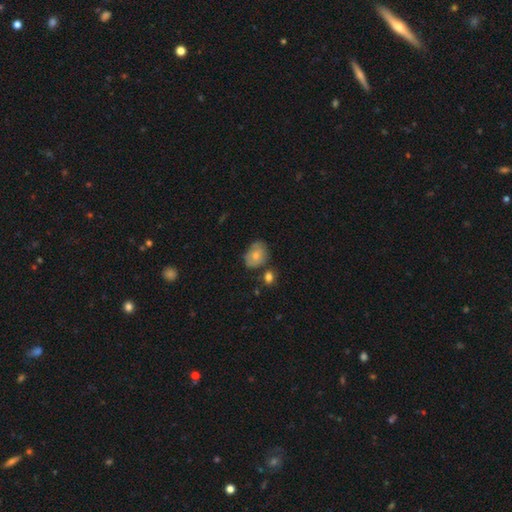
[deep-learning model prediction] Smooth or featured? smooth (71%)
How rounded? in between (64%)
Merging? none (56%)